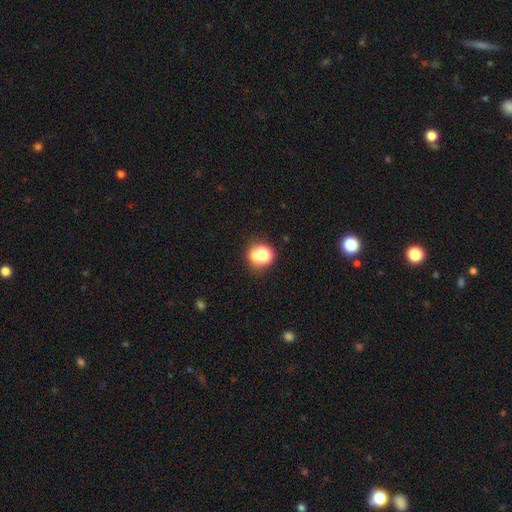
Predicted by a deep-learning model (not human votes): Morphology: type=smooth (74%); roundness=round (67%); merging=none (50%).